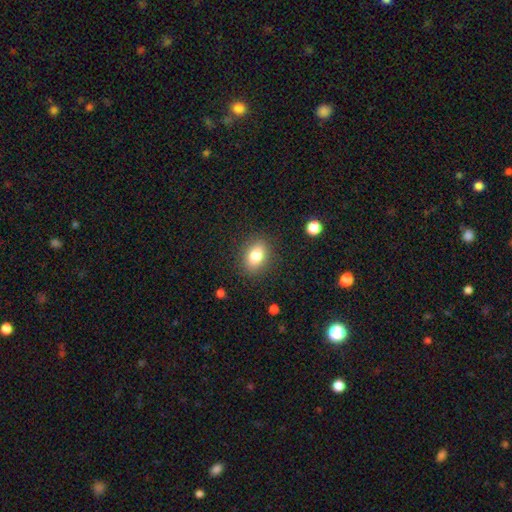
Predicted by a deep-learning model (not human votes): This is clearly a smooth galaxy (81%). How rounded: likely in between (71%). Merging: clearly none (87%).